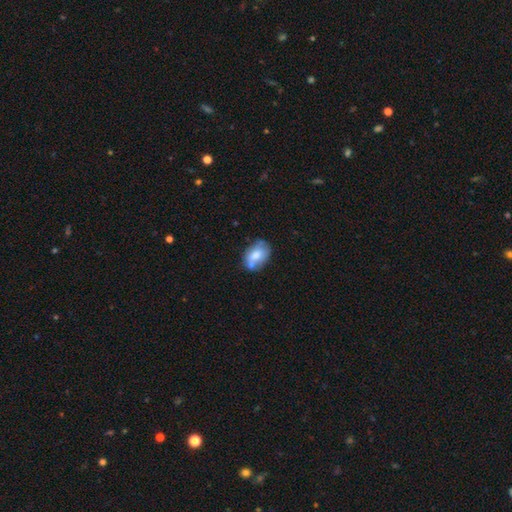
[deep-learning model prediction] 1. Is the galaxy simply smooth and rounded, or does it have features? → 69% smooth, 23% featured or disk, 8% star or artifact.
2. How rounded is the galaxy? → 81% in between, 18% round, 1% cigar-shaped.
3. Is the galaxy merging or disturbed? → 52% none, 23% minor disturbance, 18% merger, 6% major disturbance.